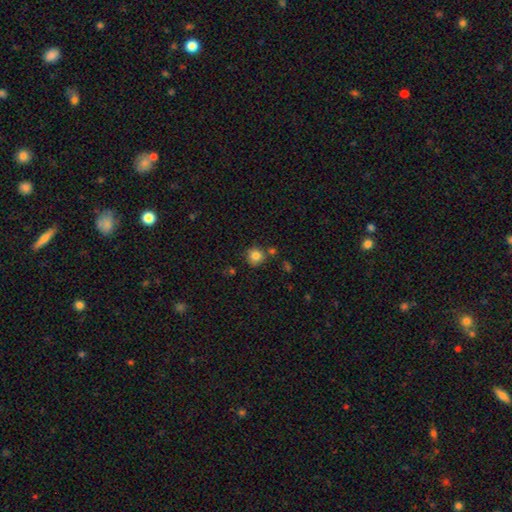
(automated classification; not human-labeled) Morphology: type=smooth (83%); roundness=round (91%); merging=none (78%).